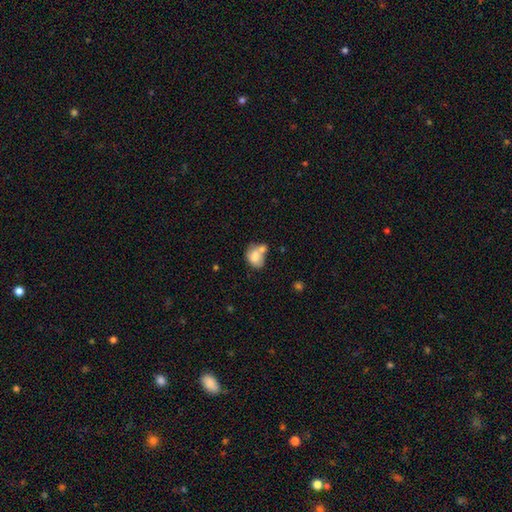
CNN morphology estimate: Smooth or featured: smooth — 74% (featured or disk — 18%)
How rounded: in between — 59% (round — 40%)
Merging: merger — 47% (none — 28%)